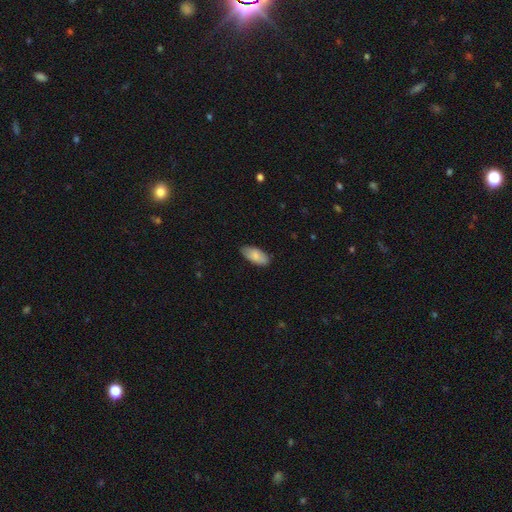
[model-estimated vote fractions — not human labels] Smooth or featured: smooth — 84% (featured or disk — 10%)
How rounded: in between — 91% (cigar-shaped — 7%)
Merging: none — 82% (minor disturbance — 15%)